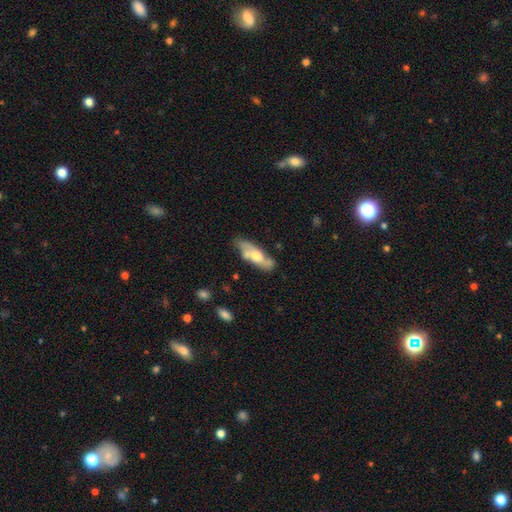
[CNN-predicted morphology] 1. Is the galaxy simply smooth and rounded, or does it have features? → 54% featured or disk, 40% smooth, 6% star or artifact.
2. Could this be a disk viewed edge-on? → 67% no, 33% yes.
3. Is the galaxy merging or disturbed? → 64% none, 22% minor disturbance, 7% merger, 6% major disturbance.